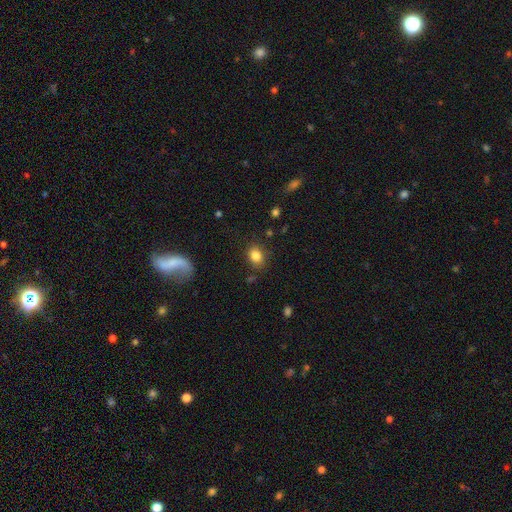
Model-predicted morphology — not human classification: Smooth or featured? Predicted: smooth (p=0.84). How rounded? Predicted: in between (p=0.59). Merging? Predicted: none (p=0.82).